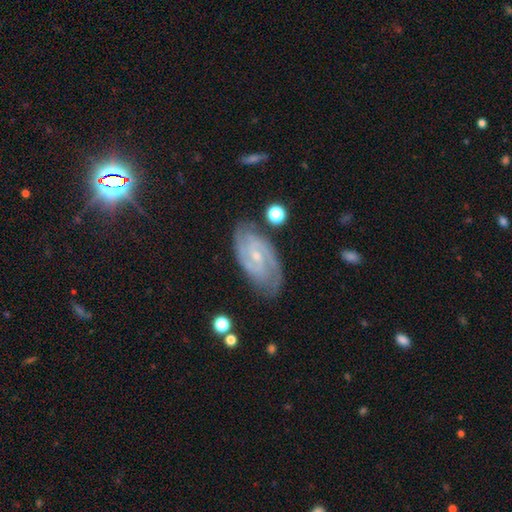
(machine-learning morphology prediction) This appears to be a featured or disk galaxy (85%) with a weak bar (46%), 2 (65%) tight (55%) spiral arms (97%) and a small central bulge (74%). Merging: none (78%).